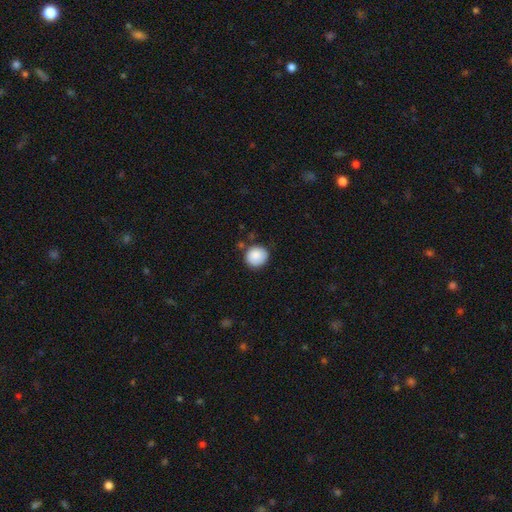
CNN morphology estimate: Smooth or featured: smooth — 88% (star or artifact — 7%)
How rounded: round — 83% (in between — 17%)
Merging: none — 78% (minor disturbance — 15%)